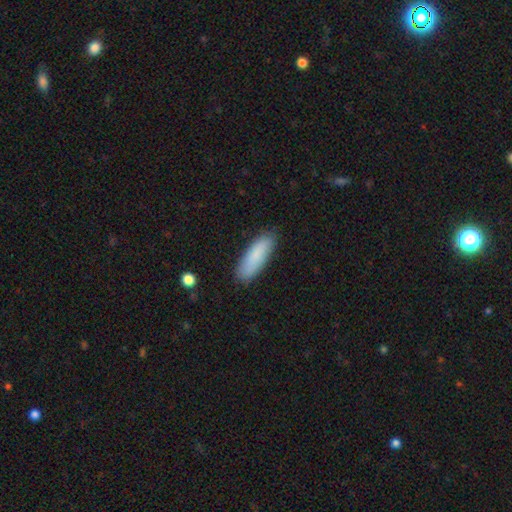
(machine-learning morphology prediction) type=smooth (87%); roundness=in between (51%); merging=none (84%).